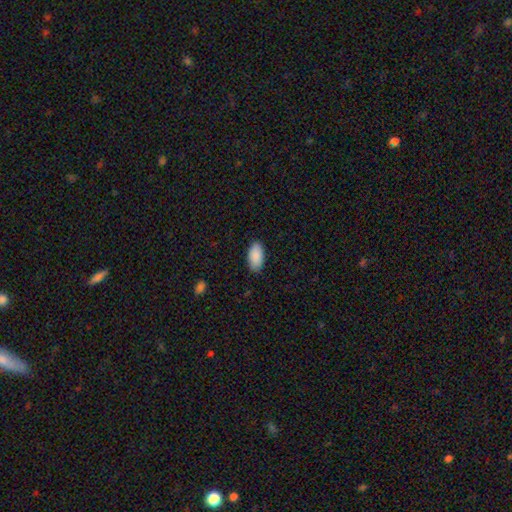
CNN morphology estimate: Smooth or featured: smooth — 90% (star or artifact — 6%)
How rounded: in between — 94% (cigar-shaped — 3%)
Merging: none — 87% (minor disturbance — 10%)